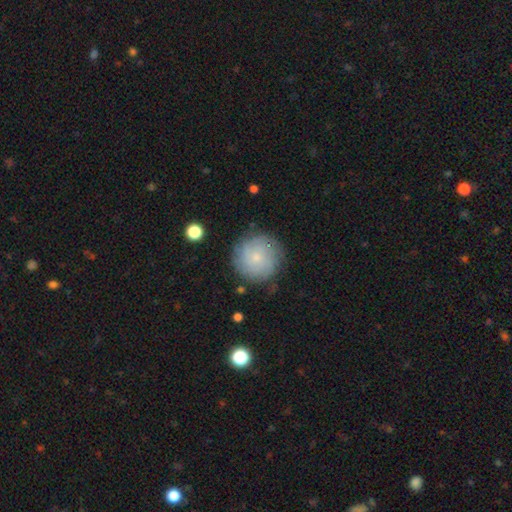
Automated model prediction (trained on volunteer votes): A smooth galaxy with no disk features (63%) that is round (95%). Merging: none (83%).